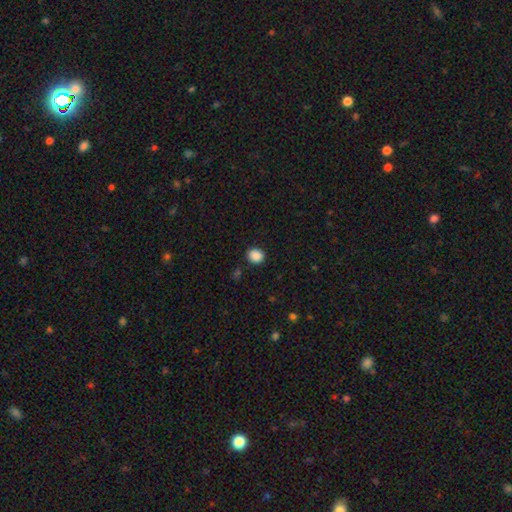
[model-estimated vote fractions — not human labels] Q: Smooth or featured?
A: smooth (88%); runner-up: star or artifact (9%)
Q: How rounded?
A: round (67%); runner-up: in between (32%)
Q: Merging?
A: none (87%); runner-up: minor disturbance (9%)